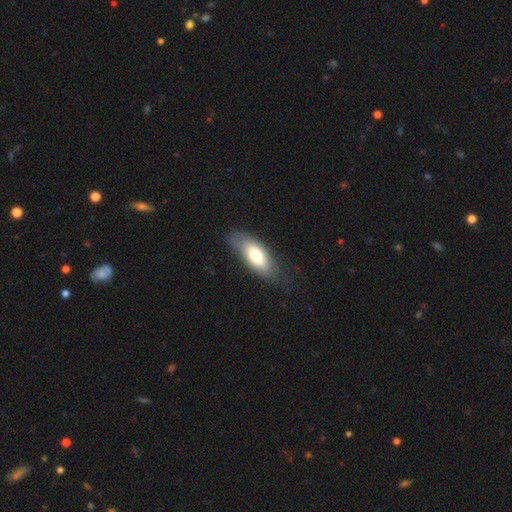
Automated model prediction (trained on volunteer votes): A smooth galaxy with no disk features (70%) that is in between round and cigar-shaped (82%).

Vote fractions:
- Smooth or featured? smooth: 70% / featured or disk: 24% / star or artifact: 6%
- How rounded? in between: 82% / cigar-shaped: 15% / round: 2%
- Merging? none: 69% / minor disturbance: 21% / major disturbance: 8% / merger: 1%